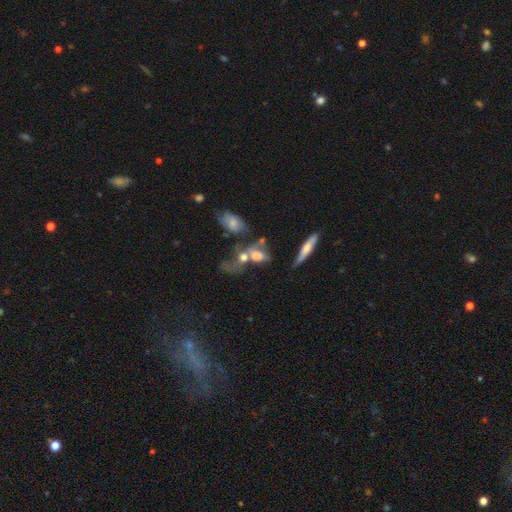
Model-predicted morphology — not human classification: A smooth galaxy with no disk features (46%).

Vote fractions:
- Smooth or featured? smooth: 46% / featured or disk: 41% / star or artifact: 13%
- Merging? merger: 53% / major disturbance: 19% / none: 18% / minor disturbance: 11%